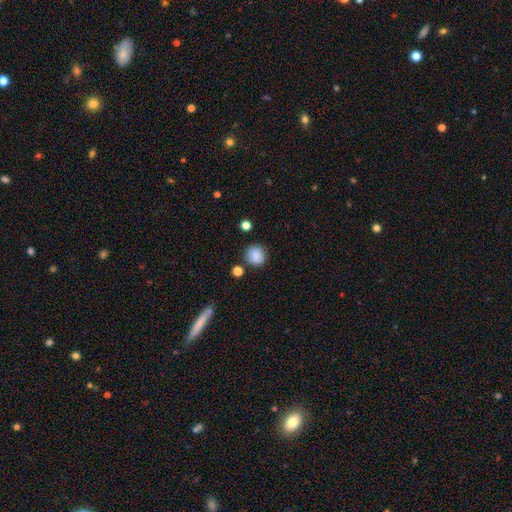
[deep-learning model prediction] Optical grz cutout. It shows a smooth galaxy with no disk features (85%) that is round (89%). Merging: none (81%).